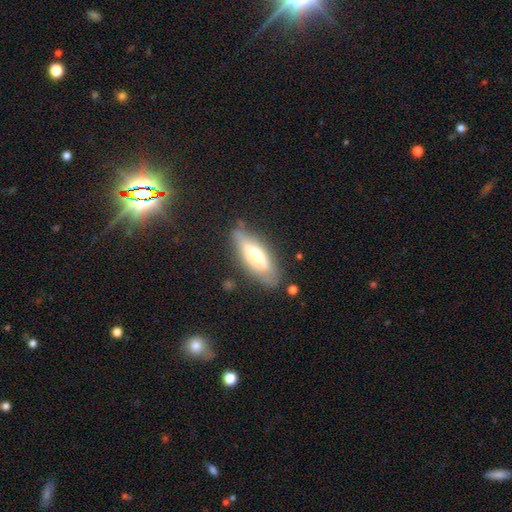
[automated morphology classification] A smooth galaxy with no disk features (51%) that is in between round and cigar-shaped (55%). Merging: none (69%).